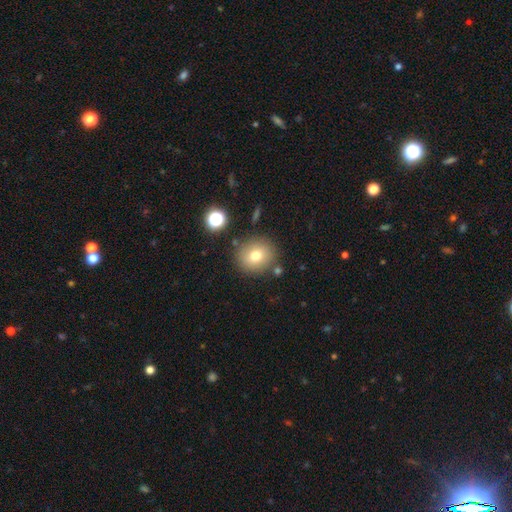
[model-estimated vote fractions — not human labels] This appears to be a smooth galaxy with no disk features (75%) that is round (85%). Merging: none (82%).